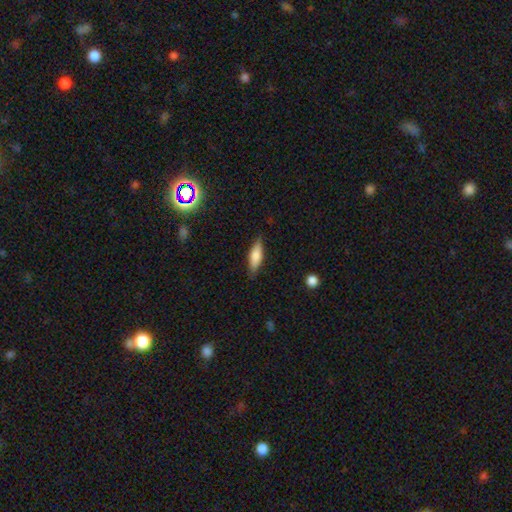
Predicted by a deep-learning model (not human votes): Smooth or featured?
  - smooth: 67% *
  - featured or disk: 26%
  - star or artifact: 7%
How rounded?
  - cigar-shaped: 50% *
  - in between: 48%
  - round: 2%
Merging?
  - none: 83% *
  - minor disturbance: 13%
  - major disturbance: 3%
  - merger: 1%